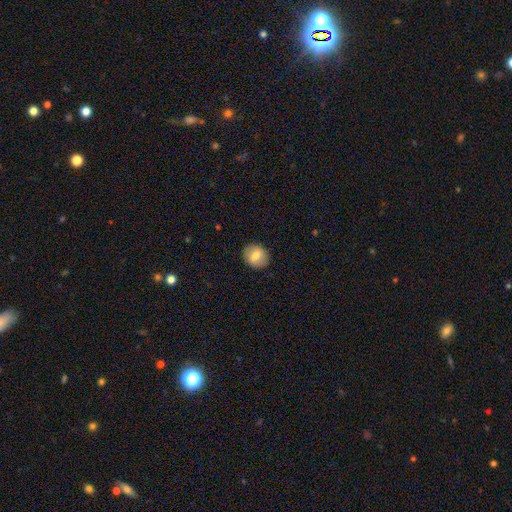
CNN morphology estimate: Smooth or featured: smooth — 72% (featured or disk — 20%)
How rounded: round — 72% (in between — 27%)
Merging: none — 89% (minor disturbance — 8%)